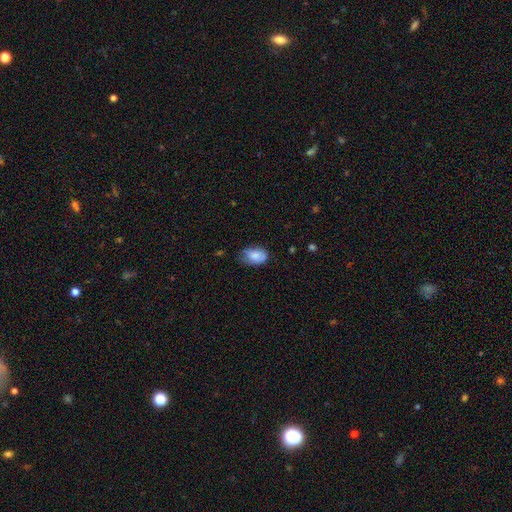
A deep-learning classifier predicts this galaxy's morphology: Q: Smooth or featured?
A: smooth (78%); runner-up: featured or disk (14%)
Q: How rounded?
A: in between (87%); runner-up: round (12%)
Q: Merging?
A: none (52%); runner-up: minor disturbance (36%)